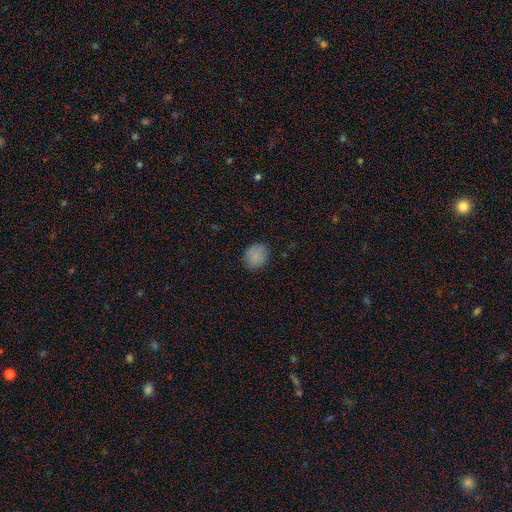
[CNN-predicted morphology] smooth 84%, star or artifact 10%, featured or disk 6%. Down the decision tree: how rounded — round (71%); merging — none (84%).